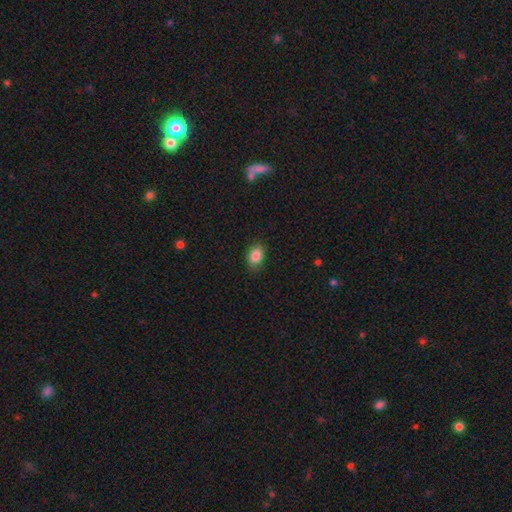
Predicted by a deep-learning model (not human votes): A smooth galaxy with no disk features (86%) that is in between round and cigar-shaped (85%). Merging: none (86%).